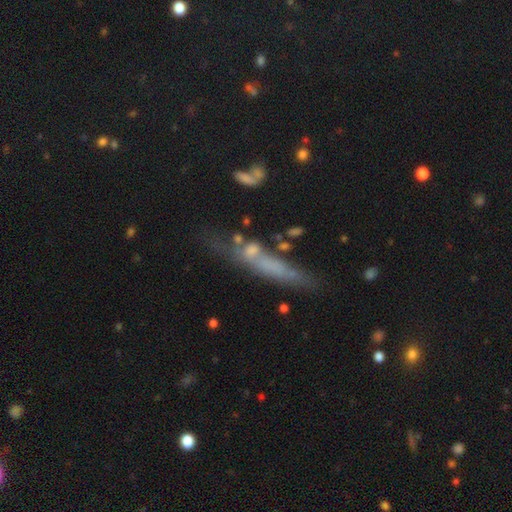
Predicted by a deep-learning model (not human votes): Smooth or featured? featured or disk (47%)
Merging? none (50%)